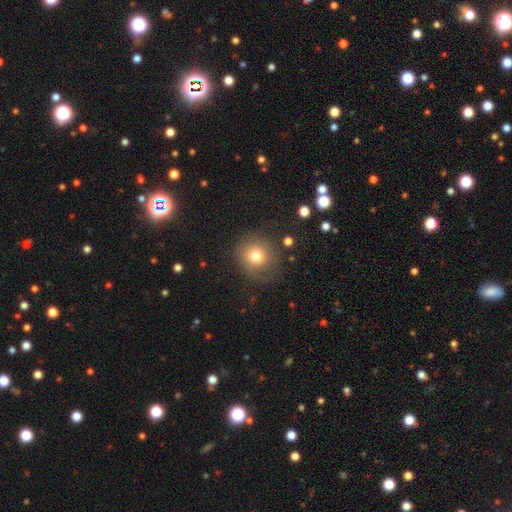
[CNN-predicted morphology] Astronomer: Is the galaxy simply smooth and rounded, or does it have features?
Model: smooth — 75%.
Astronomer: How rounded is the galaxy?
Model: round — 88%.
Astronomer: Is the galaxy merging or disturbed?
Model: none — 73%.